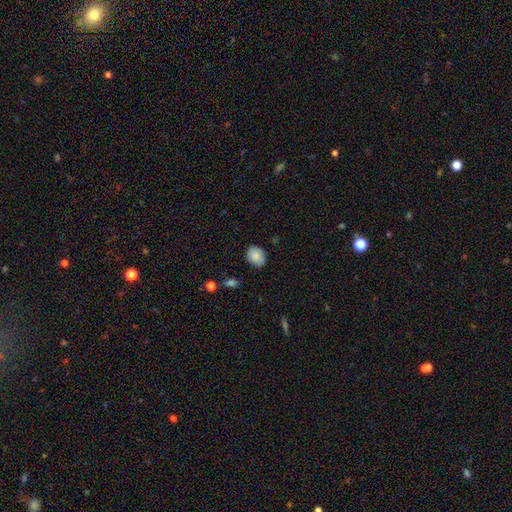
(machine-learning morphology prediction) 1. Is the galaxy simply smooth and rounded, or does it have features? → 86% smooth, 8% star or artifact, 6% featured or disk.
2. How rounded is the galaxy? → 54% in between, 45% round, 1% cigar-shaped.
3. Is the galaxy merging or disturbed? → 80% none, 16% minor disturbance, 3% major disturbance, 2% merger.